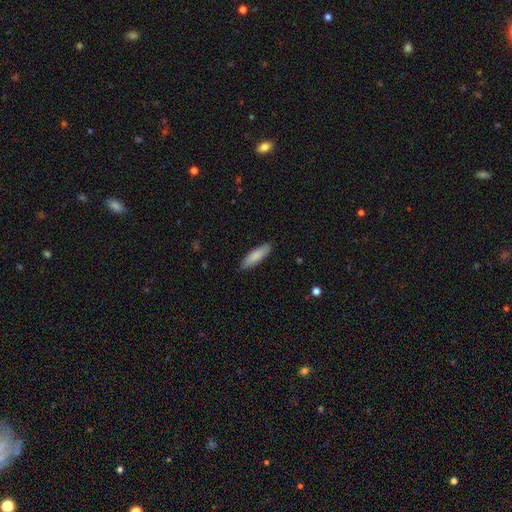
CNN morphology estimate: Smooth or featured: smooth — 85% (featured or disk — 10%)
How rounded: cigar-shaped — 62% (in between — 37%)
Merging: none — 86% (minor disturbance — 11%)